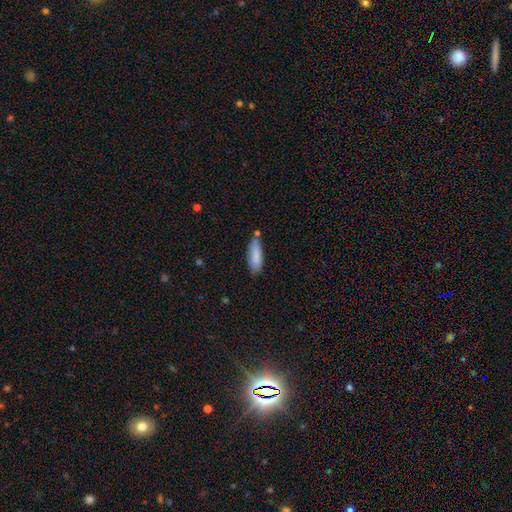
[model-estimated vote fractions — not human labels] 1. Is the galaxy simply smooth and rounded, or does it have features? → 85% smooth, 9% featured or disk, 6% star or artifact.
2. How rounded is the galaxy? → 58% in between, 40% cigar-shaped, 2% round.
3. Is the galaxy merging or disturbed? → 71% none, 19% minor disturbance, 7% merger, 4% major disturbance.